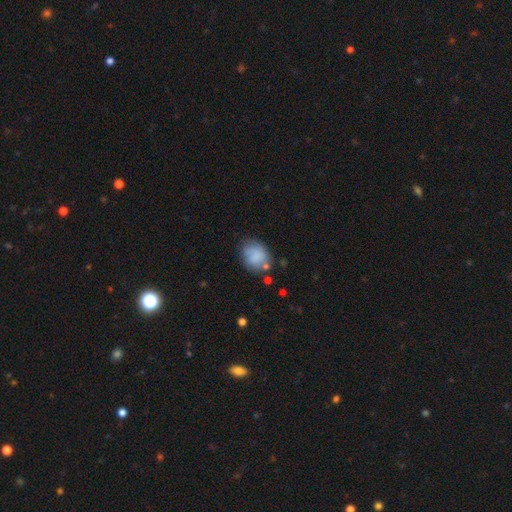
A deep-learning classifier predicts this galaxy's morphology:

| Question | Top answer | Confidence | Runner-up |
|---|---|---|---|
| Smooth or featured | smooth | 80% | featured or disk (12%) |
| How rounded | round | 56% | in between (43%) |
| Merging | none | 64% | minor disturbance (21%) |